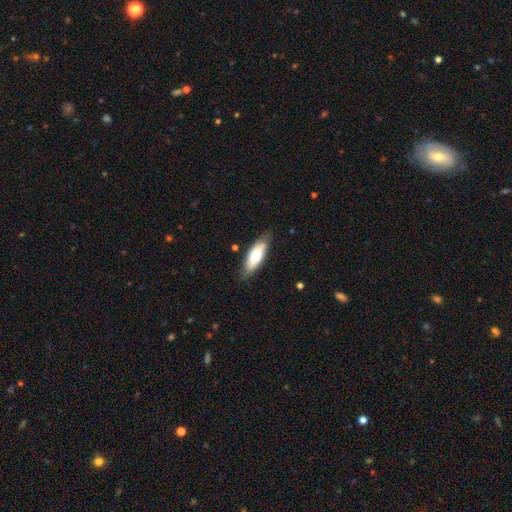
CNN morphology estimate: type=smooth (67%); roundness=in between (71%); merging=none (80%).